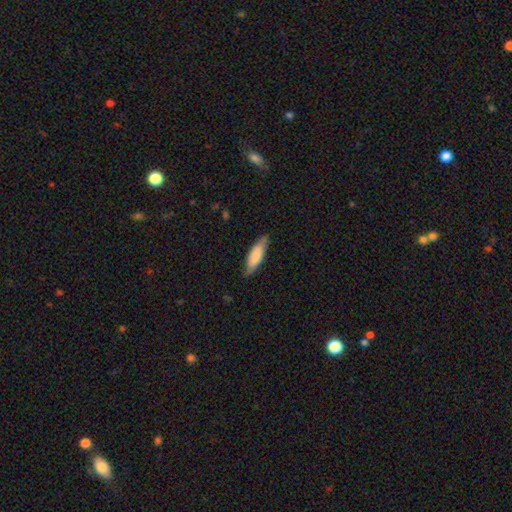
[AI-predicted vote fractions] The model was most divided on "how rounded": cigar-shaped: 54%, in between: 45%, round: 1%. More confident: merging — none (80%); smooth or featured — smooth (76%).